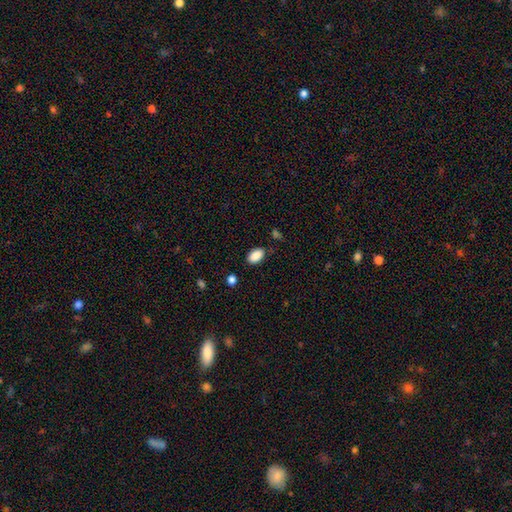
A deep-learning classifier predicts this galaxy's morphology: smooth-or-featured: smooth: 89% | star or artifact: 8% | featured or disk: 3%
  how-rounded: in between: 93% | round: 5% | cigar-shaped: 2%
  merging: none: 83% | minor disturbance: 12% | major disturbance: 3% | merger: 2%